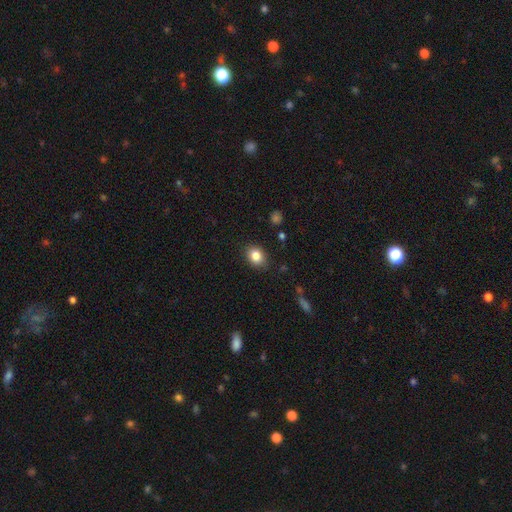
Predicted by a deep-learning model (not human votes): smooth-or-featured: smooth: 83% | star or artifact: 10% | featured or disk: 7%
  how-rounded: in between: 59% | round: 40% | cigar-shaped: 1%
  merging: none: 86% | minor disturbance: 11% | major disturbance: 2% | merger: 1%